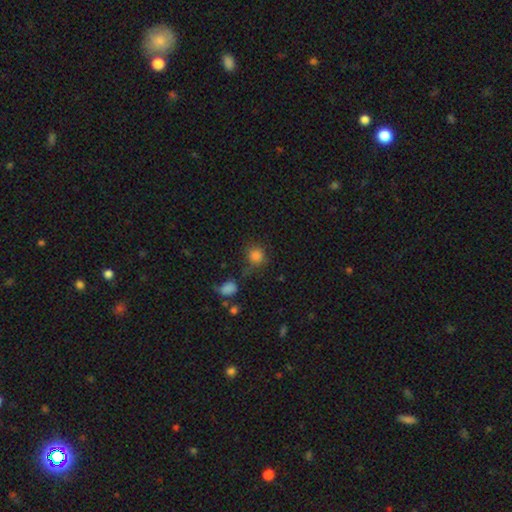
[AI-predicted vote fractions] Smooth or featured: smooth — 82% (star or artifact — 13%)
How rounded: round — 87% (in between — 11%)
Merging: none — 70% (minor disturbance — 14%)